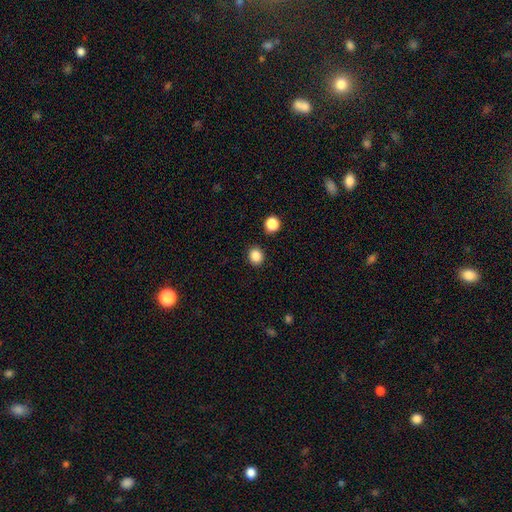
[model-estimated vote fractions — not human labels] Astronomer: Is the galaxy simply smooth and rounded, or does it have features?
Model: smooth — 86%.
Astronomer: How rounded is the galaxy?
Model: round — 74%.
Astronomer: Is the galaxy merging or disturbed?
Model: none — 88%.